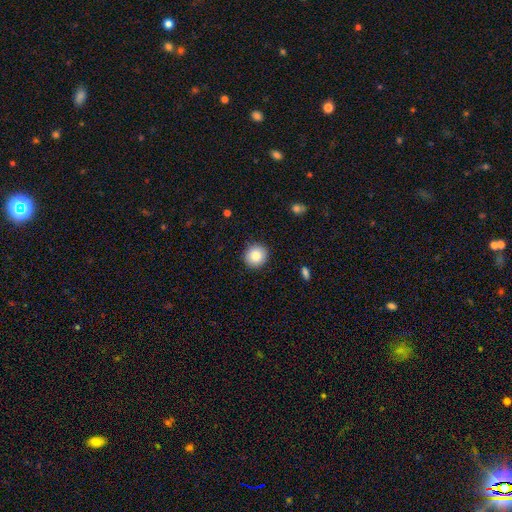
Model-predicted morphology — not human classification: smooth_or_featured: smooth (p=0.86) [alt: star or artifact p=0.08]
how_rounded: round (p=0.91) [alt: in between p=0.08]
merging: none (p=0.90) [alt: minor disturbance p=0.07]